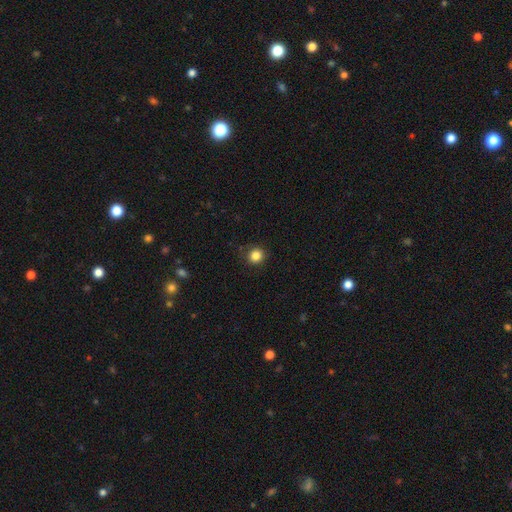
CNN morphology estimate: This appears to be a smooth galaxy with no disk features (85%) that is round (90%). Merging: none (87%).